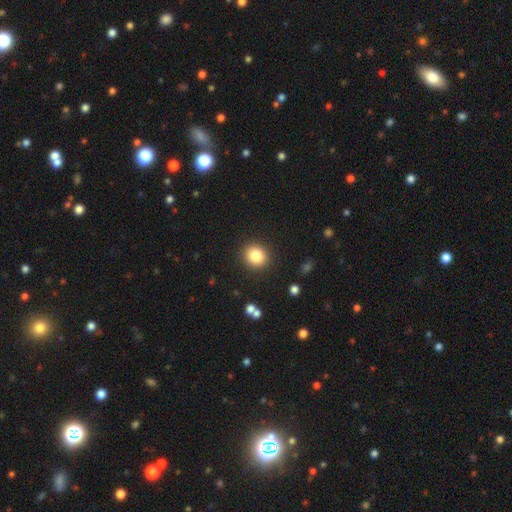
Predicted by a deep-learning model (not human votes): Smooth or featured? smooth (84%)
How rounded? round (85%)
Merging? none (90%)